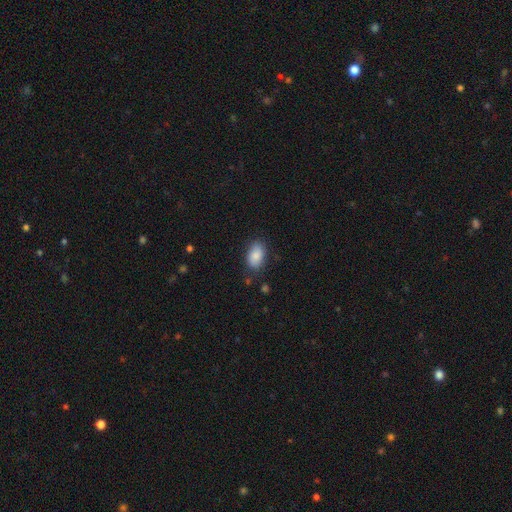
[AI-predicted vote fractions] Smooth or featured?
  - smooth: 86% *
  - star or artifact: 7%
  - featured or disk: 6%
How rounded?
  - in between: 89% *
  - round: 9%
  - cigar-shaped: 1%
Merging?
  - none: 79% *
  - minor disturbance: 16%
  - major disturbance: 4%
  - merger: 2%